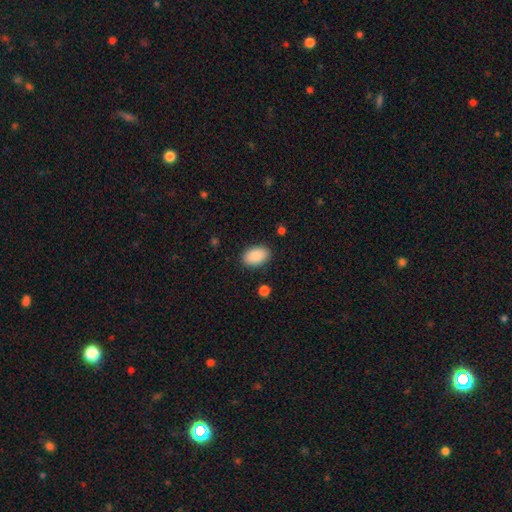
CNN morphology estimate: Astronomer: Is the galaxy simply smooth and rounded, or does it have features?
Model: smooth — 90%.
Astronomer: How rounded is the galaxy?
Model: in between — 91%.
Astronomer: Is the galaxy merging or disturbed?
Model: none — 87%.